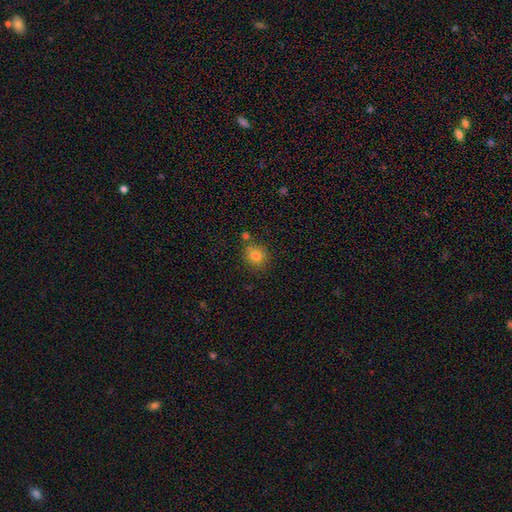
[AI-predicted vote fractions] Overall: smooth (80%). How rounded: round (84%). Merging: none (75%).